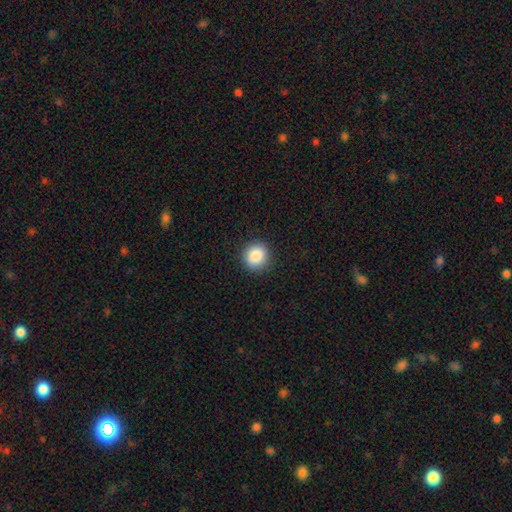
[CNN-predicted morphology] Q: Smooth or featured?
A: smooth (87%); runner-up: star or artifact (9%)
Q: How rounded?
A: round (88%); runner-up: in between (11%)
Q: Merging?
A: none (90%); runner-up: minor disturbance (7%)